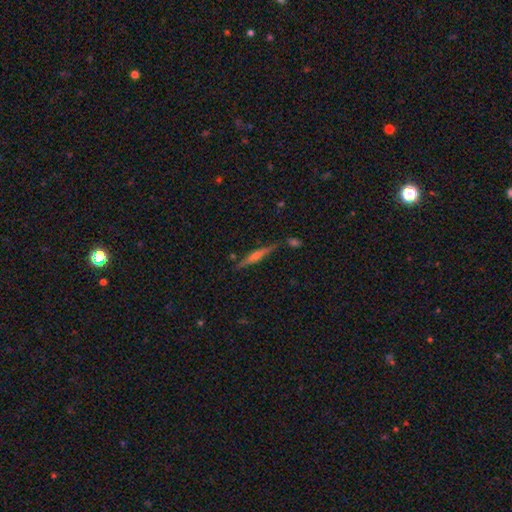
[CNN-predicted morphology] Overall: featured or disk (70%). Edge-on disk: yes (97%). Edge-on bulge: rounded (78%). Merging: none (85%).